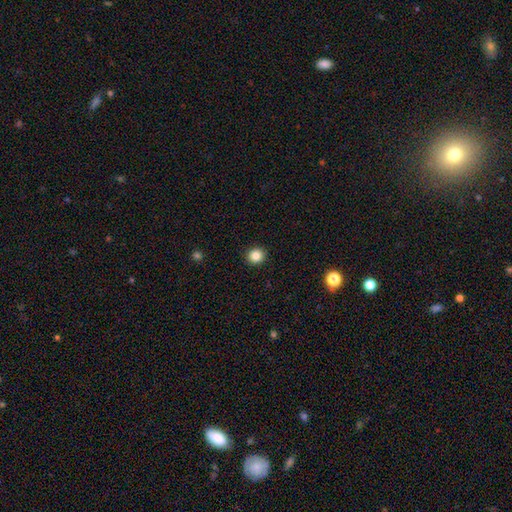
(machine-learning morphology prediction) smooth 85%, star or artifact 10%, featured or disk 5%. Down the decision tree: how rounded — round (88%); merging — none (92%).